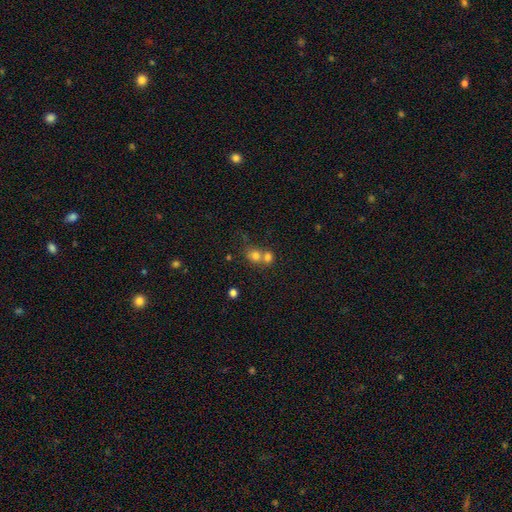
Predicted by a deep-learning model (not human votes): Overall: smooth (74%). How rounded: round (74%). Merging: merger (59%; none 32%).